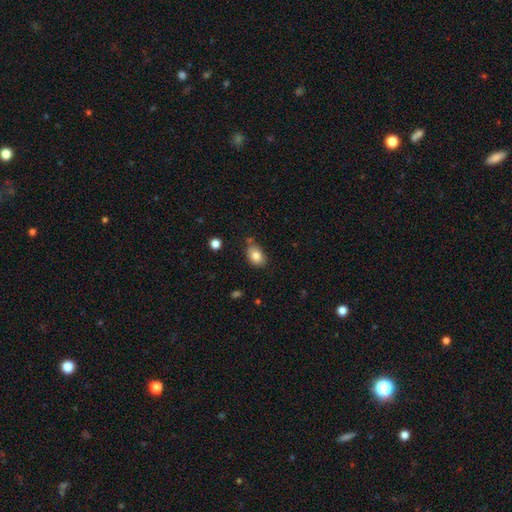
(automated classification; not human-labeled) This is clearly a smooth galaxy (83%). How rounded: clearly in between (80%). Merging: likely none (68%).